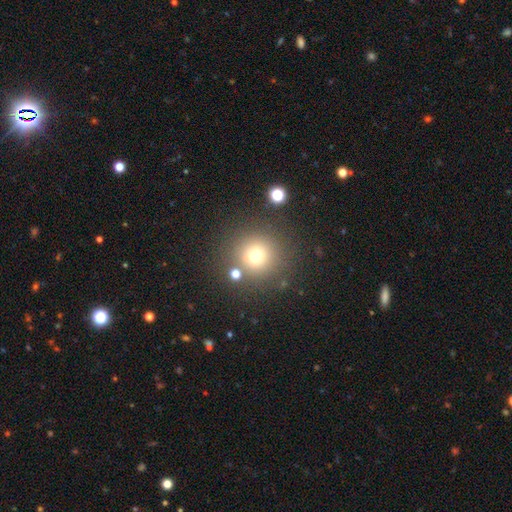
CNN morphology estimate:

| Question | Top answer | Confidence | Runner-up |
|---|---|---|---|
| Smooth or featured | smooth | 70% | star or artifact (18%) |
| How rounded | round | 94% | in between (5%) |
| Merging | none | 81% | minor disturbance (8%) |